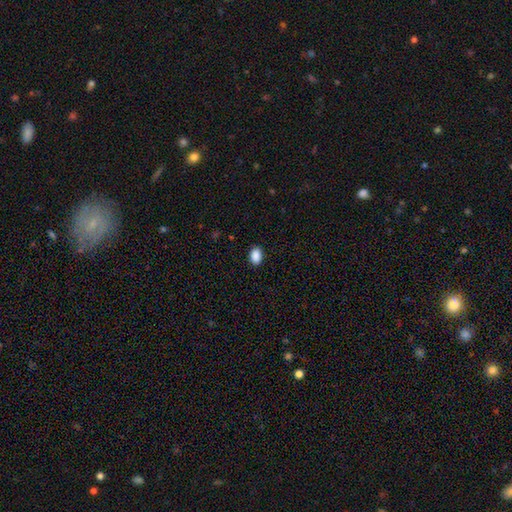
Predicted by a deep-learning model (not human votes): Overall: smooth (90%). How rounded: in between (82%). Merging: none (90%).